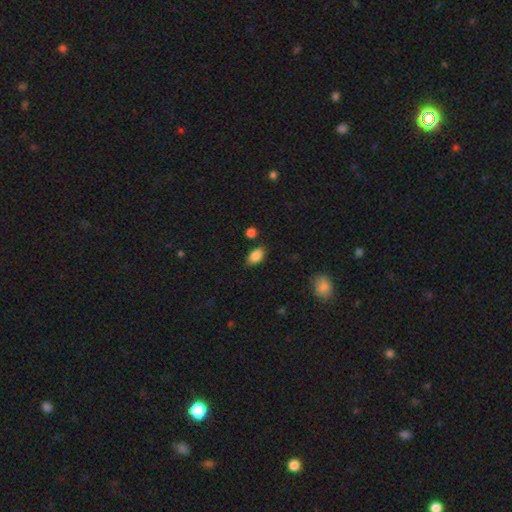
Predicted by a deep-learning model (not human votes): A smooth galaxy with no disk features (86%) that is in between round and cigar-shaped (89%). Merging: none (78%).